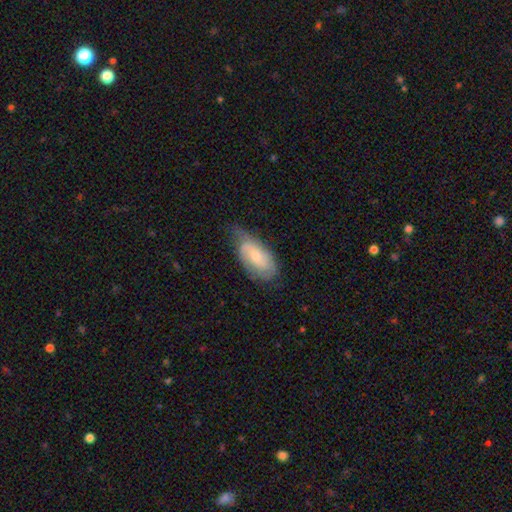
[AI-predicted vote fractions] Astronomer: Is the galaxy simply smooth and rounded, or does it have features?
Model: featured or disk — 53% (runner-up: smooth, 41%).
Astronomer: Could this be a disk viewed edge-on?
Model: no — 93%.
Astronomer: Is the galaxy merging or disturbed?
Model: none — 51% (runner-up: minor disturbance, 36%).